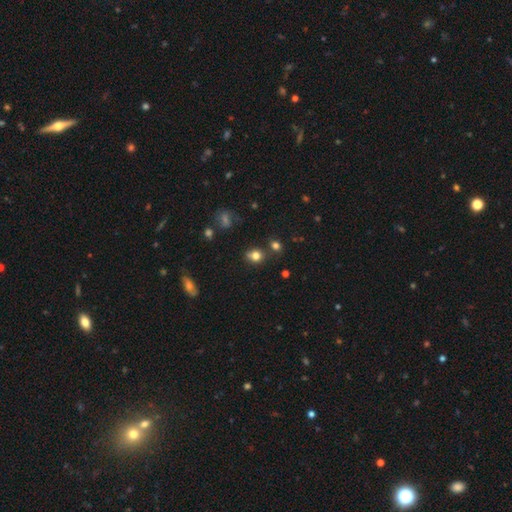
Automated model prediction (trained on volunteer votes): This appears to be a smooth galaxy with no disk features (76%) that is round (66%). Merging: none (64%).